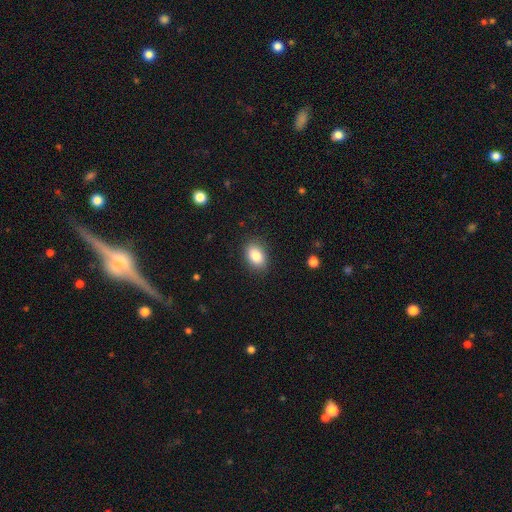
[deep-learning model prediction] Smooth or featured?
  - smooth: 85% *
  - star or artifact: 8%
  - featured or disk: 7%
How rounded?
  - in between: 84% *
  - round: 14%
  - cigar-shaped: 1%
Merging?
  - none: 87% *
  - minor disturbance: 10%
  - major disturbance: 3%
  - merger: 1%